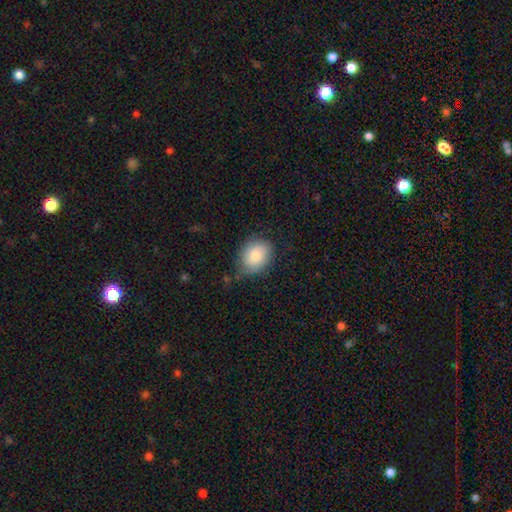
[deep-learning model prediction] A smooth galaxy with no disk features (79%) that is in between round and cigar-shaped (55%).

Vote fractions:
- Smooth or featured? smooth: 79% / featured or disk: 14% / star or artifact: 7%
- How rounded? in between: 55% / round: 44% / cigar-shaped: 1%
- Merging? none: 61% / minor disturbance: 30% / major disturbance: 7% / merger: 2%